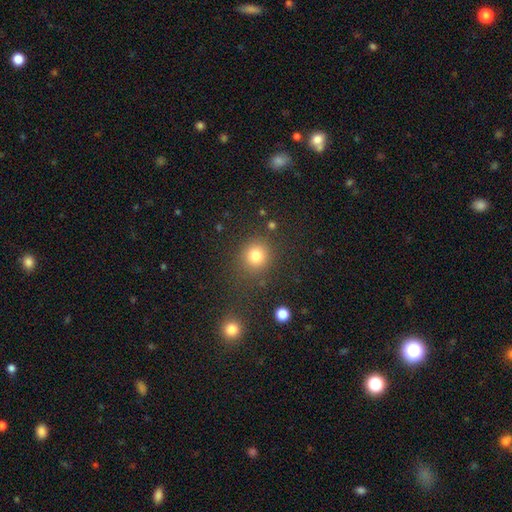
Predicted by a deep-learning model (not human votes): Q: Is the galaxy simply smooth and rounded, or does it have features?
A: smooth — 81%.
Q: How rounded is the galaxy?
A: round — 87%.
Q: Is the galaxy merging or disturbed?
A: none — 80%.